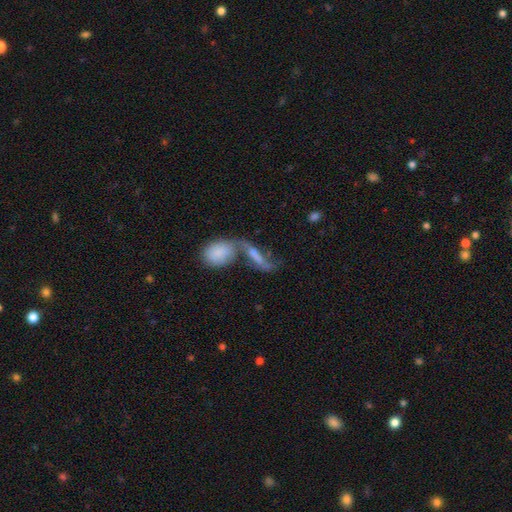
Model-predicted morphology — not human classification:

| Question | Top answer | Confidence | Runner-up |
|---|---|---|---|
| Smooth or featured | smooth | 46% | featured or disk (44%) |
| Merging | merger | 60% | none (19%) |